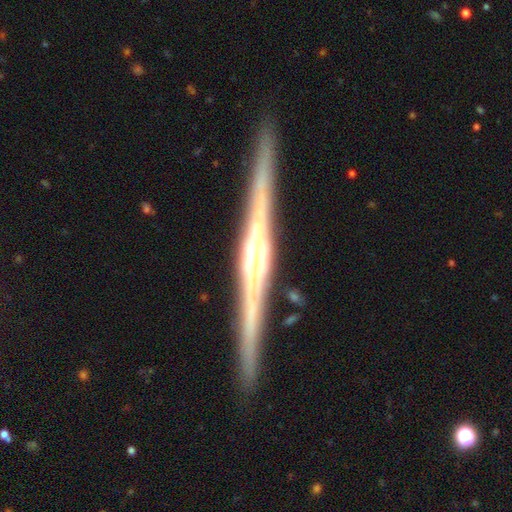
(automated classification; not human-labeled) A featured or disk galaxy (88%) viewed edge-on (99%) with a boxy central bulge (45%).

Vote fractions:
- Smooth or featured? featured or disk: 88% / smooth: 7% / star or artifact: 5%
- Edge-on disk? yes: 99% / no: 1%
- Edge-on bulge? boxy: 45% / rounded: 43% / none: 12%
- Merging? none: 91% / minor disturbance: 6% / major disturbance: 1% / merger: 1%